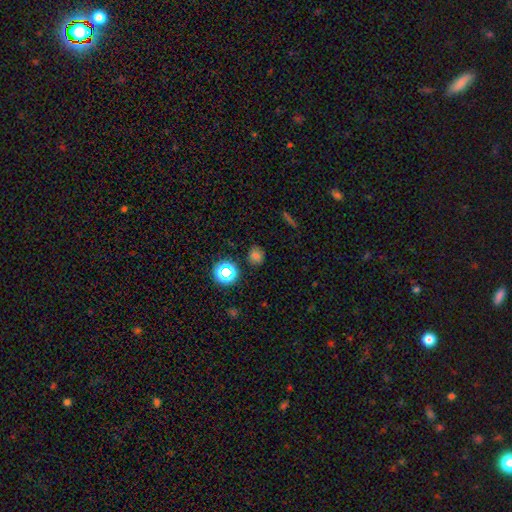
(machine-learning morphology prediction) smooth_or_featured: smooth (p=0.71) [alt: star or artifact p=0.22]
how_rounded: round (p=0.81) [alt: in between p=0.18]
merging: none (p=0.84) [alt: minor disturbance p=0.10]